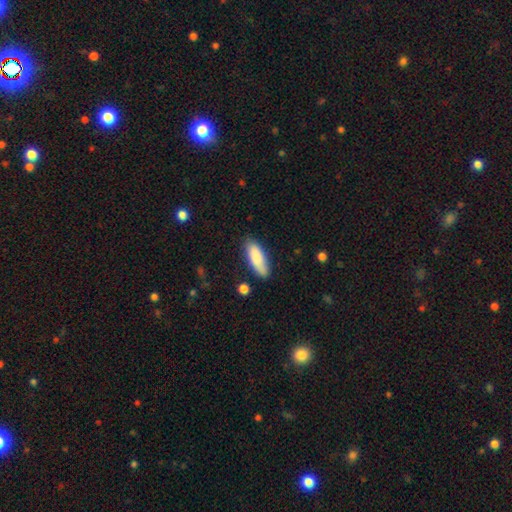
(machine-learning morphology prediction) Smooth or featured? smooth (84%)
How rounded? in between (67%)
Merging? none (78%)